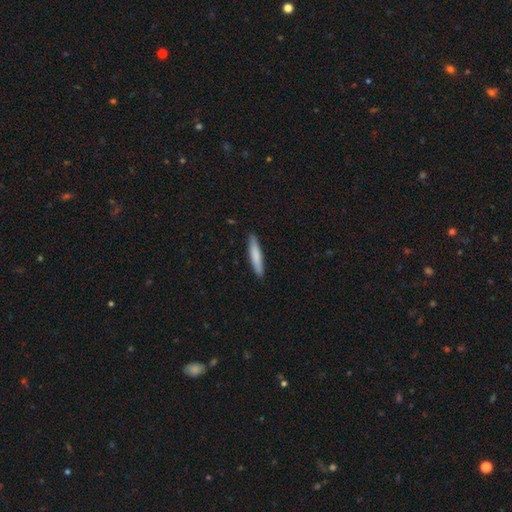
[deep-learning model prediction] Smooth or featured?
  - smooth: 79% *
  - featured or disk: 16%
  - star or artifact: 5%
How rounded?
  - cigar-shaped: 91% *
  - in between: 7%
  - round: 1%
Merging?
  - none: 90% *
  - minor disturbance: 7%
  - major disturbance: 1%
  - merger: 1%